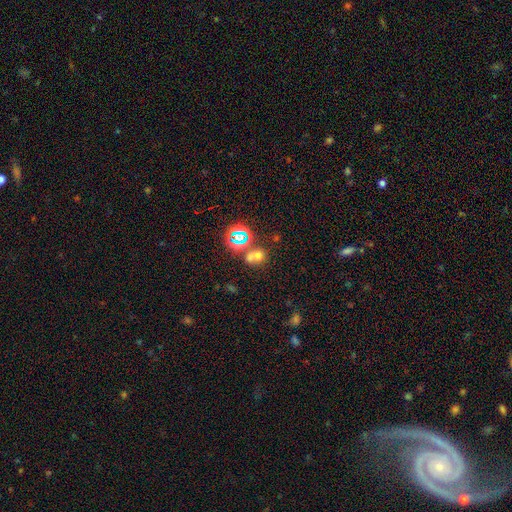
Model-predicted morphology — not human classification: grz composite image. It shows a smooth galaxy with no disk features (55%) that is round (75%). Merging: none (44%, tied with merger).